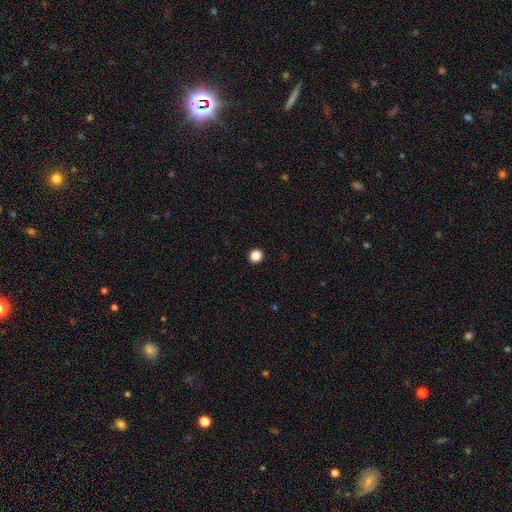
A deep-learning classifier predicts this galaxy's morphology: The model was most divided on "smooth or featured": smooth: 87%, star or artifact: 11%, featured or disk: 3%. More confident: merging — none (94%); how rounded — round (91%).